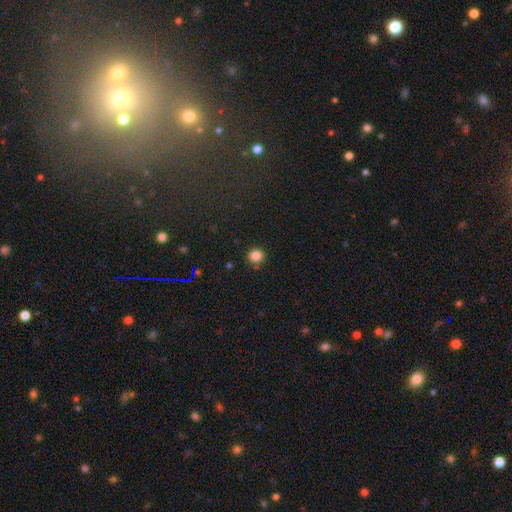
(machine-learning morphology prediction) smooth 83%, star or artifact 12%, featured or disk 4%. Down the decision tree: how rounded — round (92%); merging — none (87%).